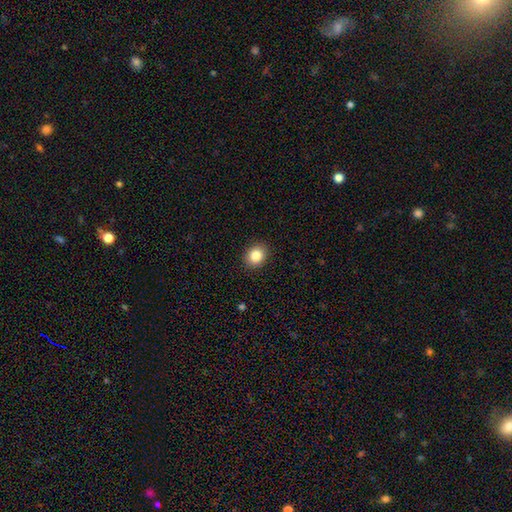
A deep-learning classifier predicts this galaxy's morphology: Q: Smooth or featured?
A: smooth (84%); runner-up: star or artifact (9%)
Q: How rounded?
A: round (59%); runner-up: in between (41%)
Q: Merging?
A: none (90%); runner-up: minor disturbance (7%)